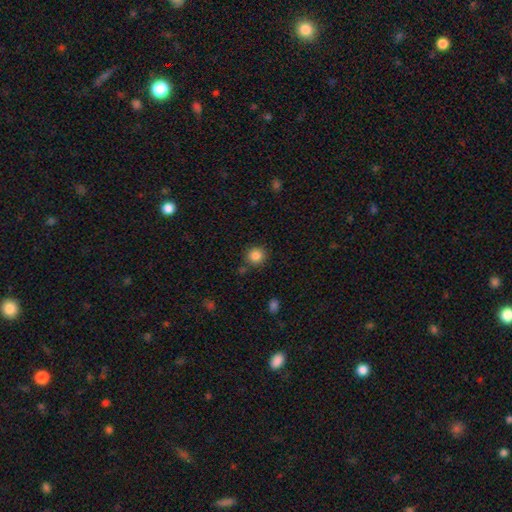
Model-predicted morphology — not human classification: A smooth galaxy with no disk features (85%) that is round (92%). Merging: none (86%).